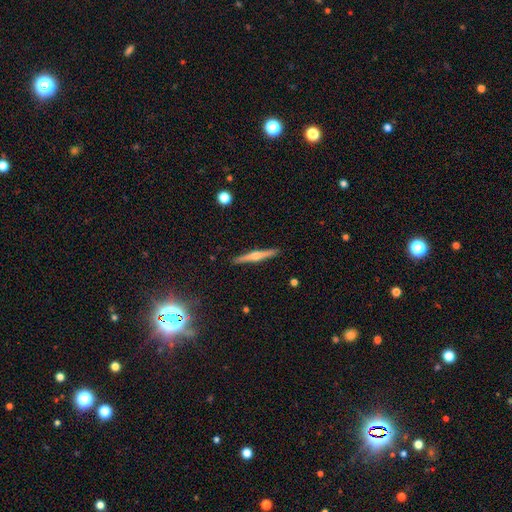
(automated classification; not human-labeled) Morphology: type=featured or disk (66%); edge-on=yes (98%); edge-on bulge=rounded (87%); merging=none (91%).